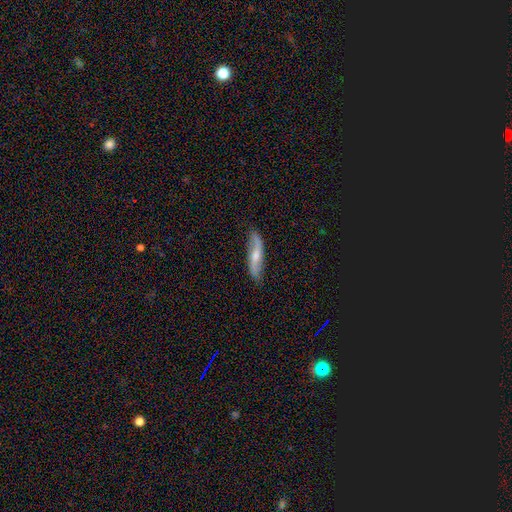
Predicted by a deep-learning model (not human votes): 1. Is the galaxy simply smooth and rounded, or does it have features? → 61% featured or disk, 33% smooth, 6% star or artifact.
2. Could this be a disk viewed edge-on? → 69% no, 31% yes.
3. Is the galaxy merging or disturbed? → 79% none, 16% minor disturbance, 3% major disturbance, 2% merger.